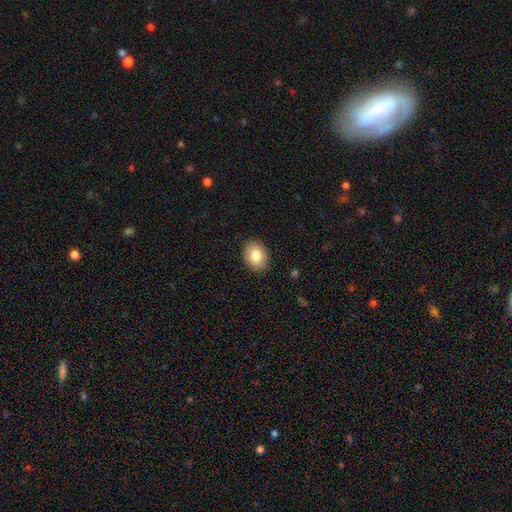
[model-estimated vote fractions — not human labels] The model was most divided on "how rounded": in between: 66%, round: 33%, cigar-shaped: 1%. More confident: merging — none (89%); smooth or featured — smooth (83%).